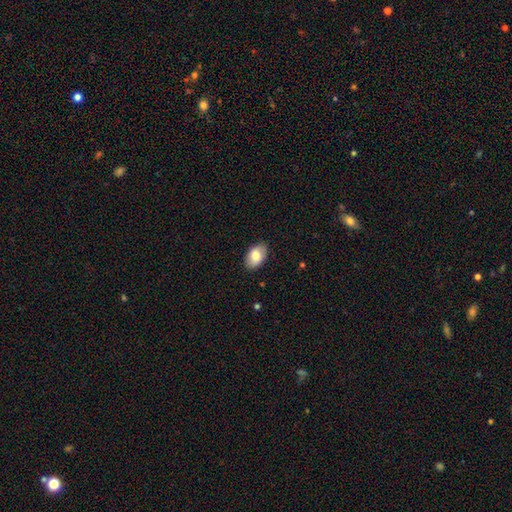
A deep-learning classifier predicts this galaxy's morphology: Overall: smooth (79%). How rounded: in between (92%). Merging: none (85%).